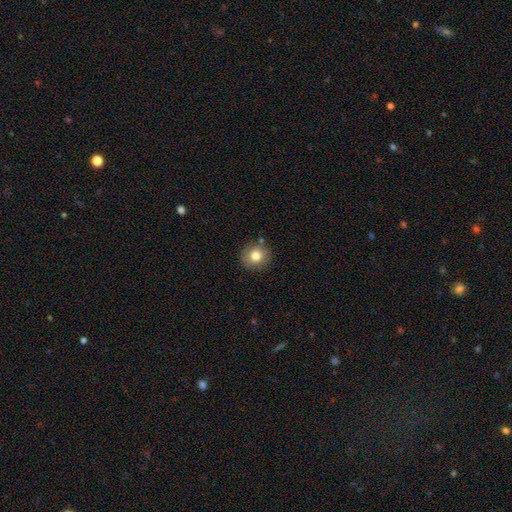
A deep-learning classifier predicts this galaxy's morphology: This appears to be a smooth galaxy with no disk features (80%) that is round (89%). Merging: none (85%).